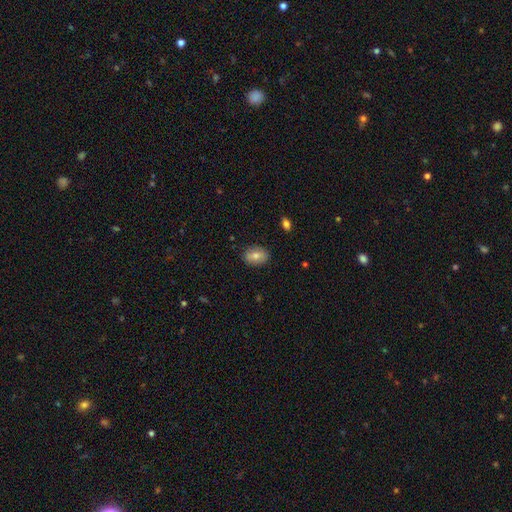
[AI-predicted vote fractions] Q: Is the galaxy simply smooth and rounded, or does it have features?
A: smooth — 68%.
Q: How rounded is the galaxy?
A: in between — 67%.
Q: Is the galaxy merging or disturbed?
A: none — 86%.